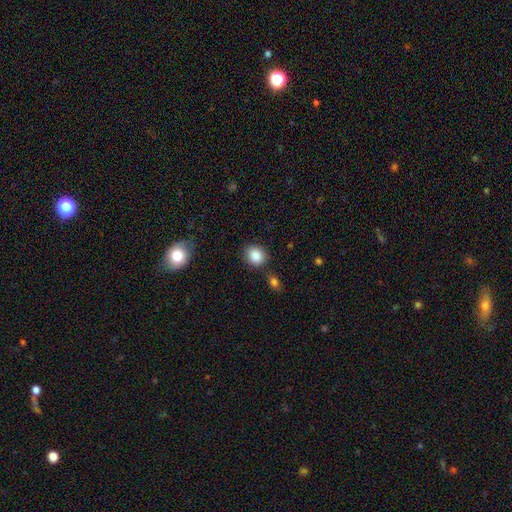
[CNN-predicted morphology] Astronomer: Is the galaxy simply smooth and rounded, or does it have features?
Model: smooth — 87%.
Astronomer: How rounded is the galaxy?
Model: round — 72%.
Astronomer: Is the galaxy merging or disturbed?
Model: none — 83%.